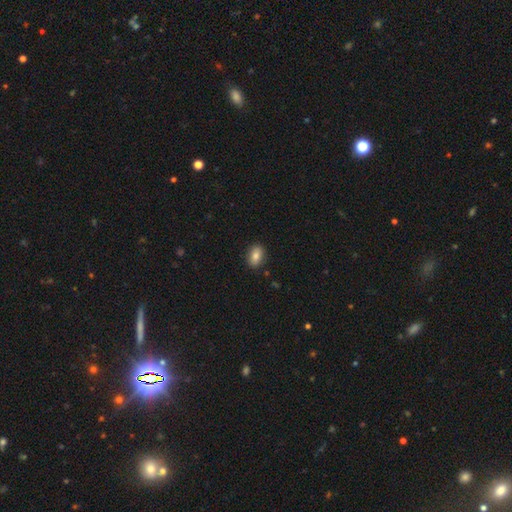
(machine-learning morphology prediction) Smooth or featured? smooth (83%)
How rounded? in between (84%)
Merging? none (88%)